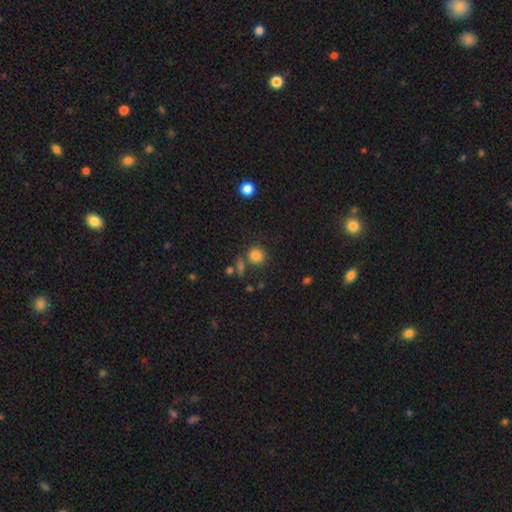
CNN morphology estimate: Smooth or featured: smooth — 82% (star or artifact — 13%)
How rounded: round — 87% (in between — 12%)
Merging: none — 75% (minor disturbance — 11%)